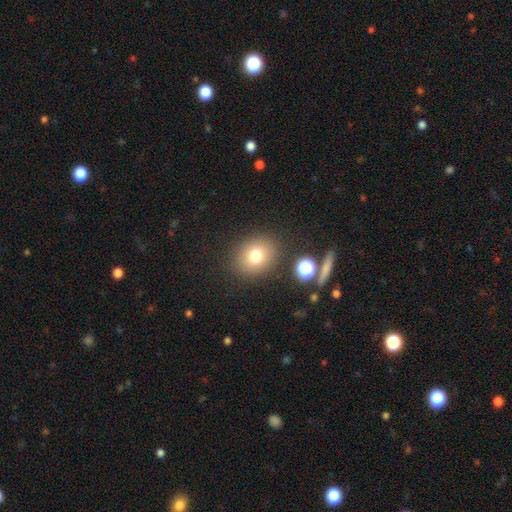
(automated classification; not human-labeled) This is likely a smooth galaxy (76%). How rounded: likely round (66%). Merging: clearly none (84%).